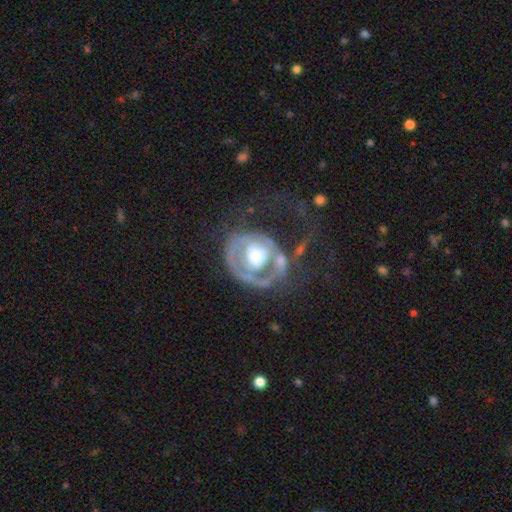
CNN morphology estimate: featured or disk 72%, smooth 22%, star or artifact 7%. Down the decision tree: edge-on disk — no (97%); bar — no (78%); spiral arms — yes (57%); bulge size — large (42%); merging — major disturbance (40%).